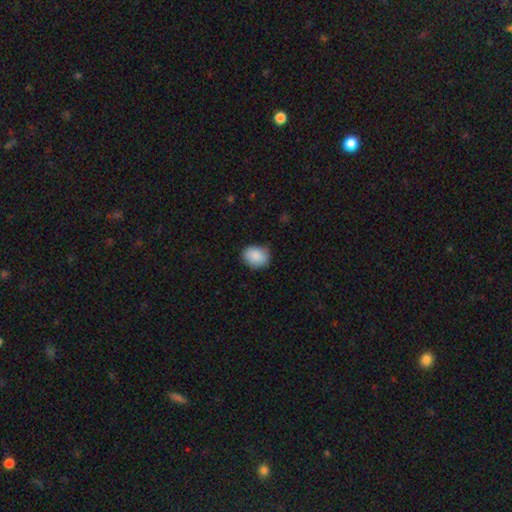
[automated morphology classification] A smooth galaxy with no disk features (88%) that is in between round and cigar-shaped (52%).

Vote fractions:
- Smooth or featured? smooth: 88% / star or artifact: 7% / featured or disk: 5%
- How rounded? in between: 52% / round: 47% / cigar-shaped: 1%
- Merging? none: 74% / minor disturbance: 21% / major disturbance: 3% / merger: 1%